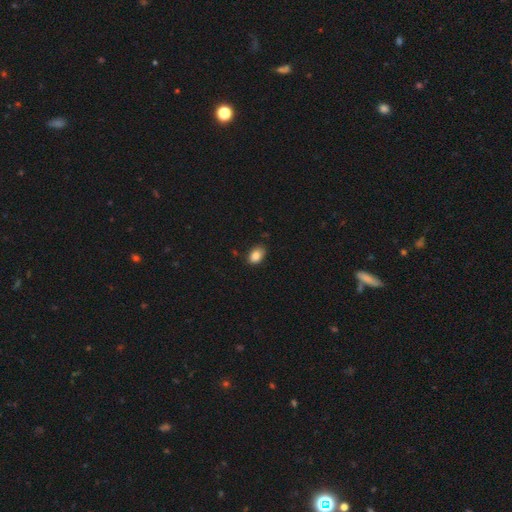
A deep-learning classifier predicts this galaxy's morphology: A smooth galaxy with no disk features (86%) that is in between round and cigar-shaped (85%). Merging: none (79%).